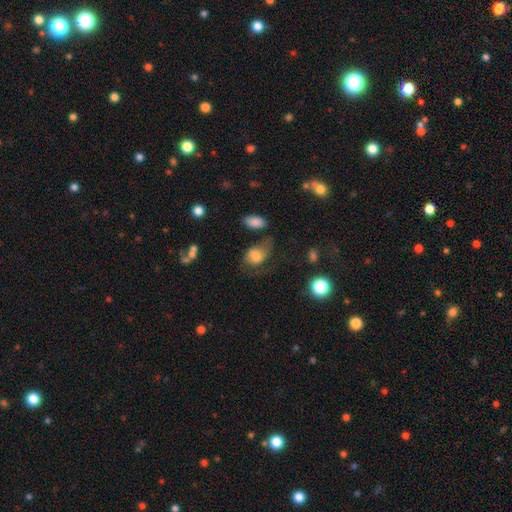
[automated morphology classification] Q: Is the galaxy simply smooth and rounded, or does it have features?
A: smooth — 61%.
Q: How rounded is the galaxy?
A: in between — 72%.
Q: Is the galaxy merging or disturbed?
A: none — 35%.